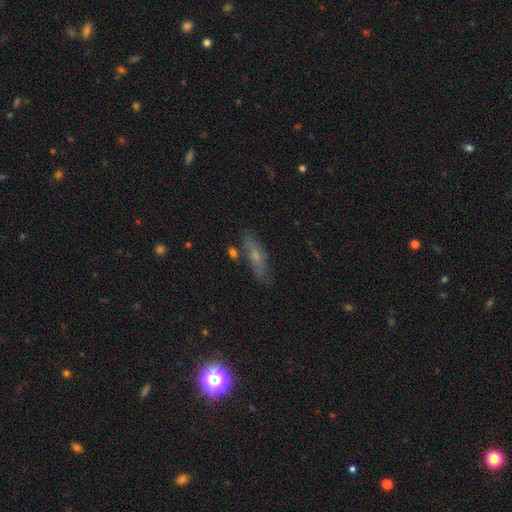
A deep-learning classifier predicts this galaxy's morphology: Overall: smooth (50%; featured or disk 39%). How rounded: cigar-shaped (61%; in between 35%). Merging: none (75%).